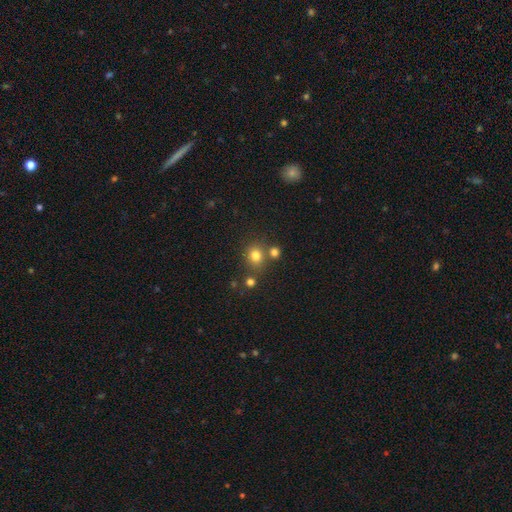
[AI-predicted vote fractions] A smooth galaxy with no disk features (78%) that is round (82%). Merging: none (70%).